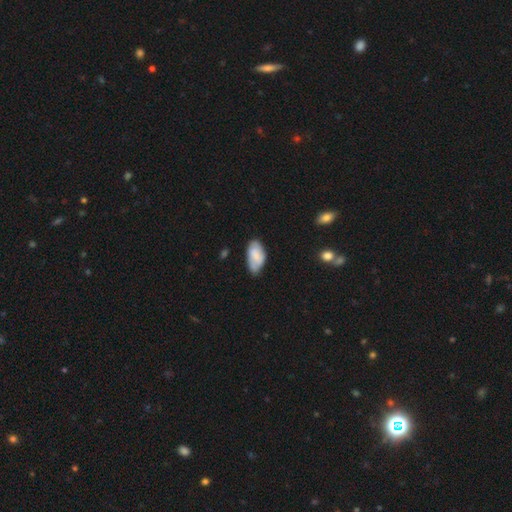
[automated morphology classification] smooth_or_featured: smooth (p=0.70) [alt: featured or disk p=0.23]
how_rounded: in between (p=0.94) [alt: round p=0.03]
merging: none (p=0.50) [alt: minor disturbance p=0.38]